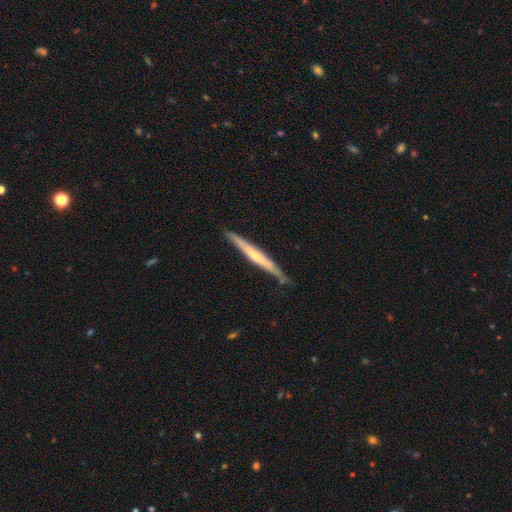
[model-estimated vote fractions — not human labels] This is possibly a featured or disk galaxy (60%). It is clearly viewed edge-on (96%). Edge-on bulge: possibly none (46%, tied with rounded). Merging: clearly none (83%).